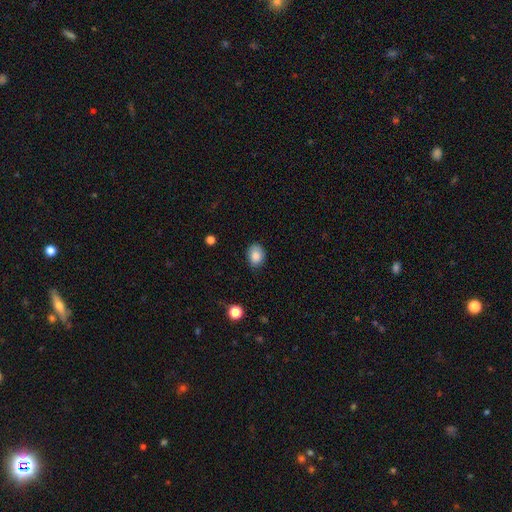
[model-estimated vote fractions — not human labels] smooth_or_featured: smooth (p=0.84) [alt: star or artifact p=0.09]
how_rounded: in between (p=0.62) [alt: round p=0.37]
merging: none (p=0.78) [alt: minor disturbance p=0.17]